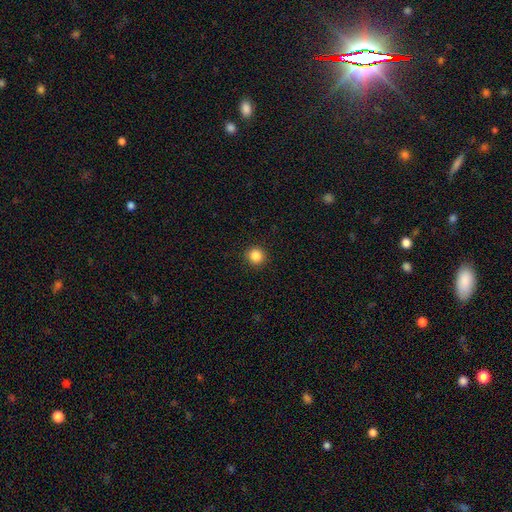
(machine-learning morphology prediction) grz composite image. It shows a smooth galaxy with no disk features (86%) that is round (94%). Merging: none (92%).